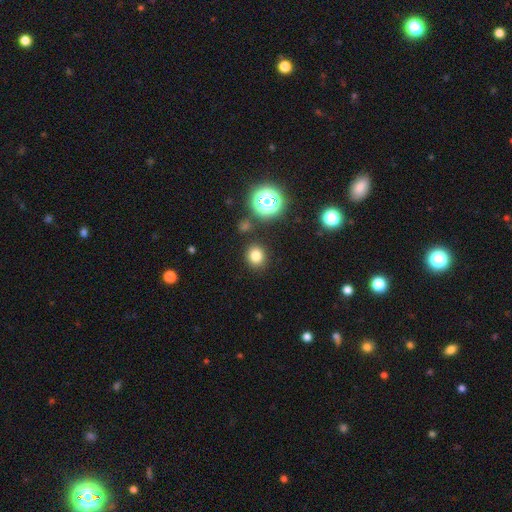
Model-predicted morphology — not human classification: Smooth or featured: smooth — 77% (star or artifact — 17%)
How rounded: round — 80% (in between — 19%)
Merging: none — 86% (minor disturbance — 7%)